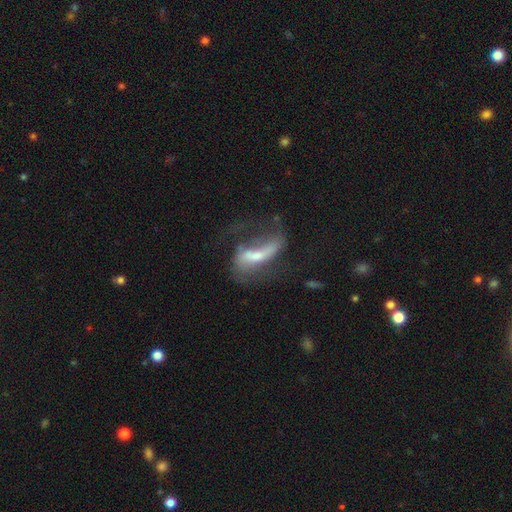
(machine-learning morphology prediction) Smooth or featured? Predicted: featured or disk (p=0.62). Edge-on disk? Predicted: no (p=0.82). Bar? Predicted: strong (p=0.39). Spiral arms? Predicted: yes (p=0.65). Bulge size? Predicted: moderate (p=0.40). Merging? Predicted: major disturbance (p=0.48).